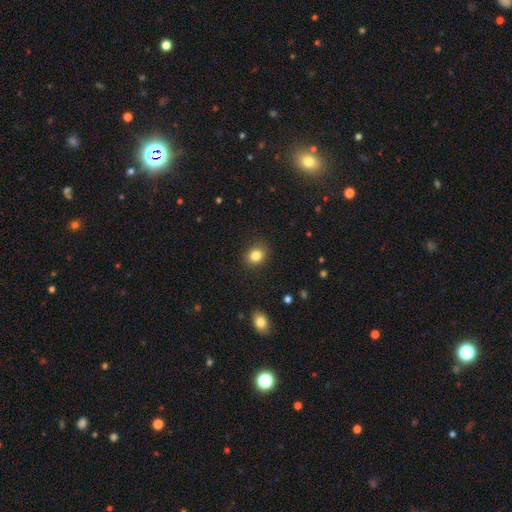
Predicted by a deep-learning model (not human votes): smooth 83%, star or artifact 11%, featured or disk 6%. Down the decision tree: how rounded — round (59%); merging — none (87%).